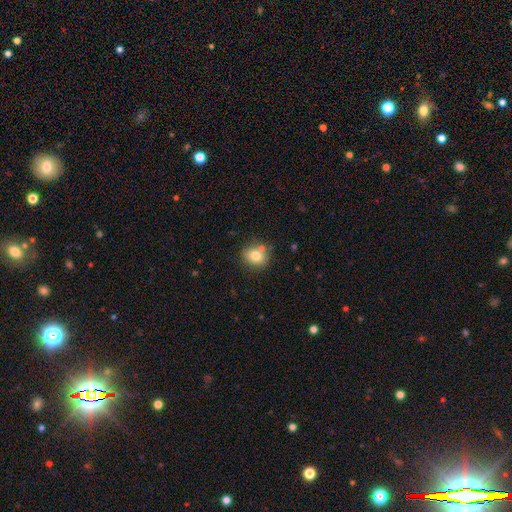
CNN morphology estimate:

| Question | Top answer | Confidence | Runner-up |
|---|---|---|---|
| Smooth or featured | smooth | 79% | featured or disk (11%) |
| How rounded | round | 74% | in between (25%) |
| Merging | none | 72% | minor disturbance (13%) |